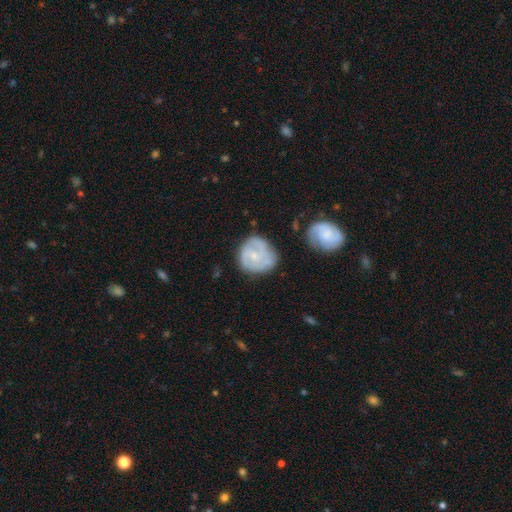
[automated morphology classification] Smooth or featured? featured or disk (62%)
Edge-on disk? no (98%)
Bar? no (70%)
Spiral arms? yes (78%)
Bulge size? small (61%)
Merging? none (59%)